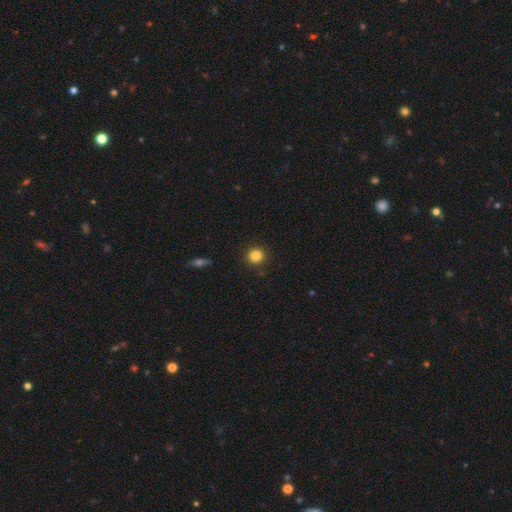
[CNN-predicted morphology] smooth 85%, star or artifact 11%, featured or disk 4%. Down the decision tree: how rounded — round (91%); merging — none (91%).